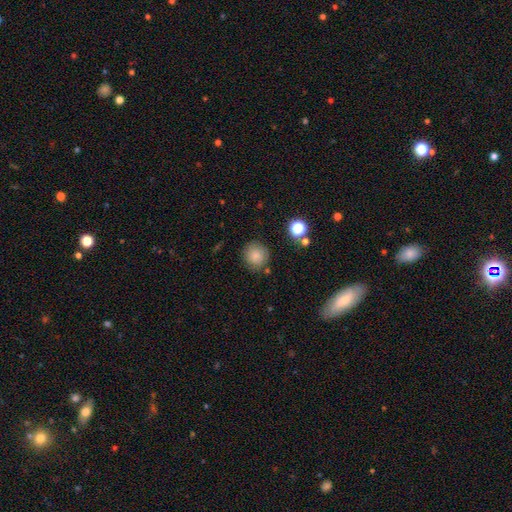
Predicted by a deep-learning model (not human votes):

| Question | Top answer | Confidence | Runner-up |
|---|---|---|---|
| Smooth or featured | smooth | 81% | star or artifact (11%) |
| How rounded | round | 91% | in between (8%) |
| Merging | none | 82% | minor disturbance (12%) |